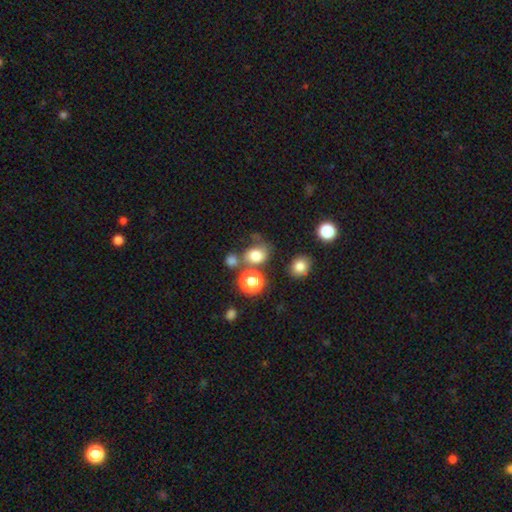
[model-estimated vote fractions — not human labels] Smooth or featured? Predicted: smooth (p=0.72). How rounded? Predicted: round (p=0.56). Merging? Predicted: none (p=0.49).